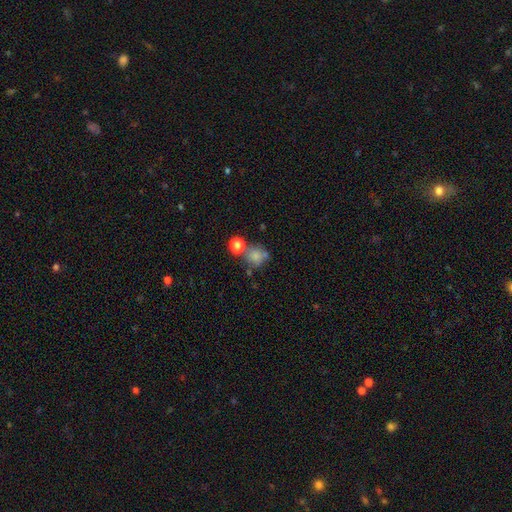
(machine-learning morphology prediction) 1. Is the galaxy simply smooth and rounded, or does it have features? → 75% smooth, 14% star or artifact, 11% featured or disk.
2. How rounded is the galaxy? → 81% round, 18% in between, 1% cigar-shaped.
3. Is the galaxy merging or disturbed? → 54% none, 25% merger, 14% minor disturbance, 7% major disturbance.